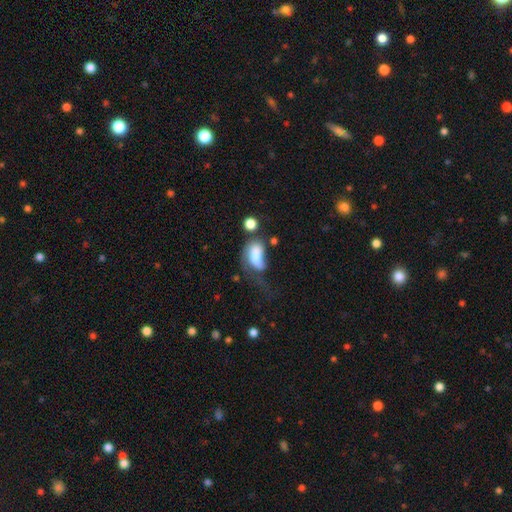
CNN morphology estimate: Smooth or featured? smooth (65%)
How rounded? in between (87%)
Merging? major disturbance (43%)